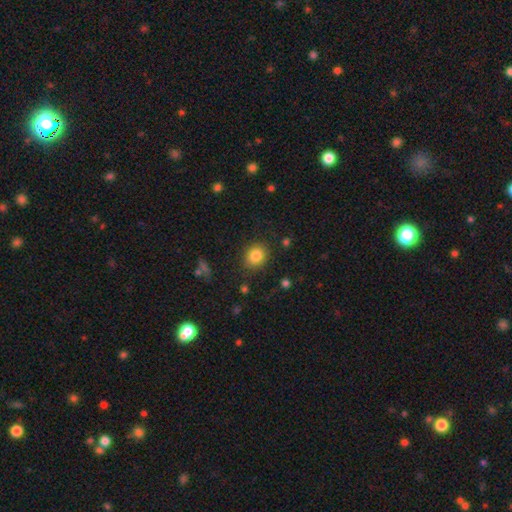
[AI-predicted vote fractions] Morphology: type=smooth (84%); roundness=round (62%); merging=none (84%).